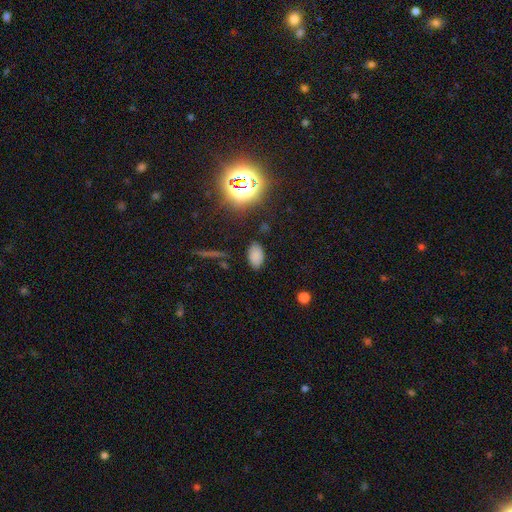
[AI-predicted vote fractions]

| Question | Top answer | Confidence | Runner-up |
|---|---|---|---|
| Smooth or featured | smooth | 77% | star or artifact (17%) |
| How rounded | in between | 92% | round (6%) |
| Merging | none | 84% | minor disturbance (11%) |